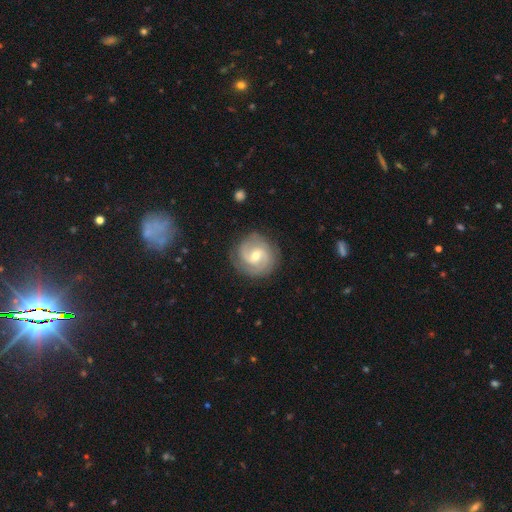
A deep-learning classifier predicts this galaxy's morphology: This is clearly a featured or disk galaxy (82%). It is clearly not viewed edge-on (98%). Bar: possibly weak (51%). Spiral arm pattern: clearly yes (96%). Spiral arm count: likely 2 (63%). Spiral winding: possibly tight (49%). Central bulge: possibly moderate (57%). Merging: clearly none (84%).